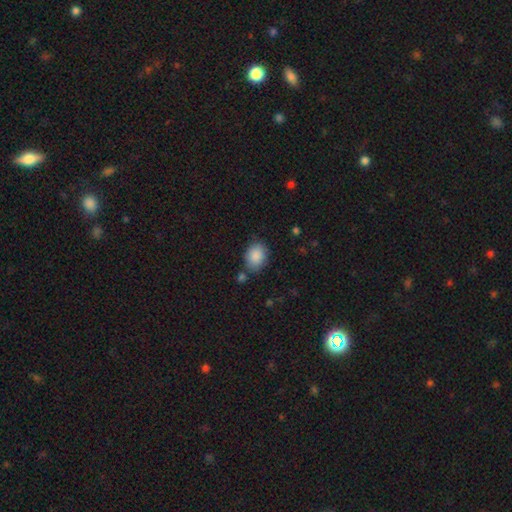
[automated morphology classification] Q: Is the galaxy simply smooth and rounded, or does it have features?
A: smooth — 89%.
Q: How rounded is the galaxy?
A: in between — 68%.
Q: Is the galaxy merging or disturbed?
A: none — 73%.